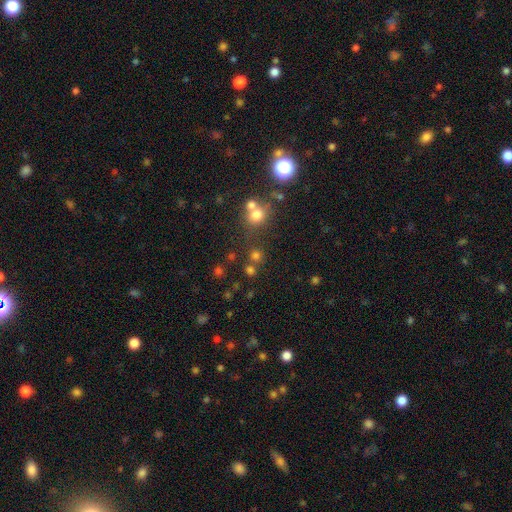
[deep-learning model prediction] Smooth or featured: smooth — 71% (star or artifact — 20%)
How rounded: round — 88% (in between — 11%)
Merging: none — 64% (merger — 24%)